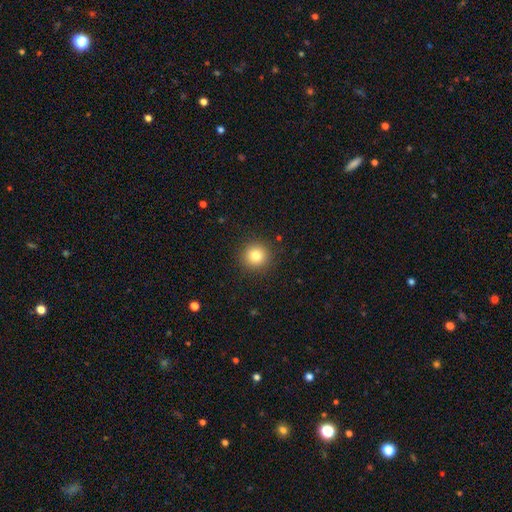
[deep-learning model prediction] The model was most divided on "smooth or featured": smooth: 82%, star or artifact: 11%, featured or disk: 7%. More confident: how rounded — round (94%); merging — none (91%).